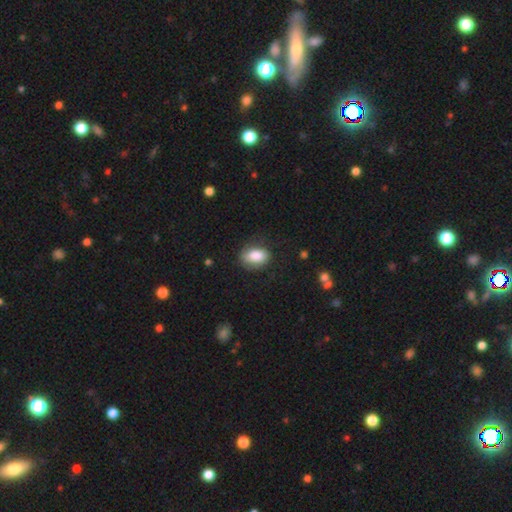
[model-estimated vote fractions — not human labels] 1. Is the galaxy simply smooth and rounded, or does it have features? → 86% smooth, 7% featured or disk, 7% star or artifact.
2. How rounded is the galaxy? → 86% in between, 12% round, 2% cigar-shaped.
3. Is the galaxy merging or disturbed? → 75% none, 18% minor disturbance, 5% major disturbance, 1% merger.